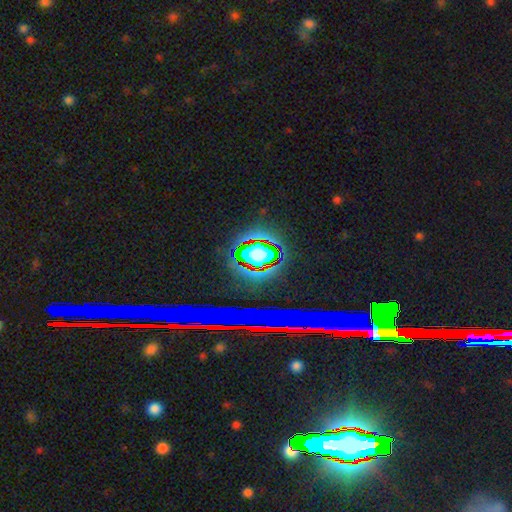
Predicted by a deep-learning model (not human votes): The model was most divided on "smooth or featured": star or artifact: 76%, featured or disk: 13%, smooth: 11%.